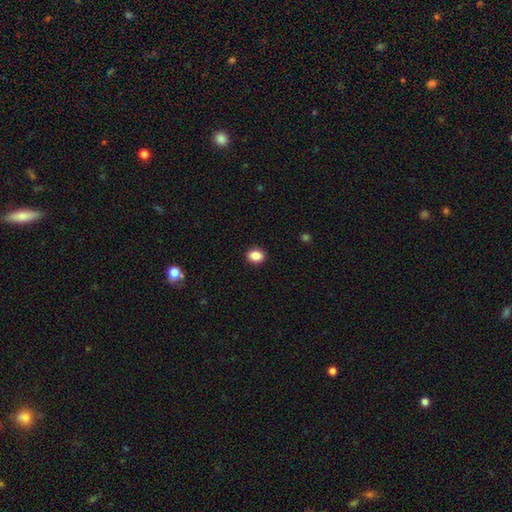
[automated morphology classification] A smooth galaxy with no disk features (87%) that is in between round and cigar-shaped (51%). Merging: none (91%).